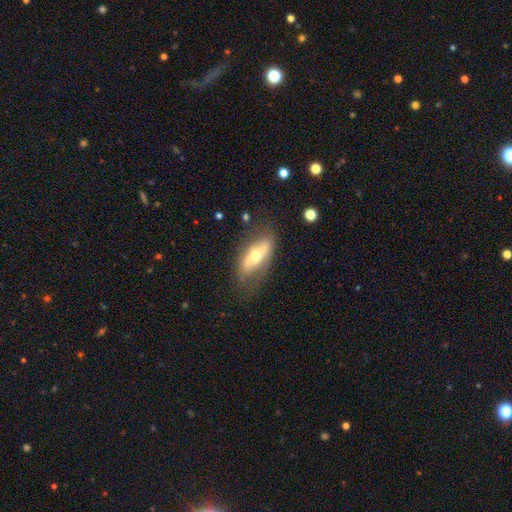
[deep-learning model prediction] Q: Smooth or featured?
A: featured or disk (59%); runner-up: smooth (35%)
Q: Edge-on disk?
A: no (69%); runner-up: yes (31%)
Q: Merging?
A: none (65%); runner-up: minor disturbance (22%)